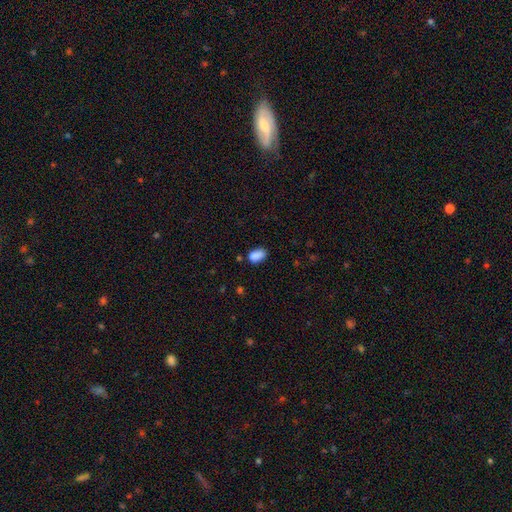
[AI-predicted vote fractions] Smooth or featured?
  - smooth: 85% *
  - star or artifact: 9%
  - featured or disk: 5%
How rounded?
  - in between: 89% *
  - round: 9%
  - cigar-shaped: 2%
Merging?
  - none: 63% *
  - minor disturbance: 24%
  - merger: 7%
  - major disturbance: 6%